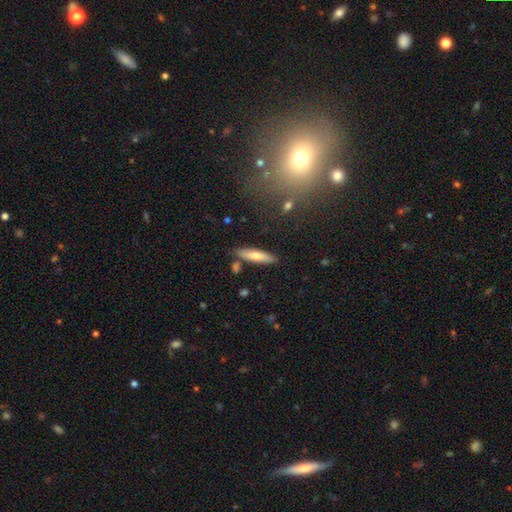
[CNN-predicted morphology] A smooth galaxy with no disk features (71%) that is cigar-shaped (76%). Merging: none (82%).